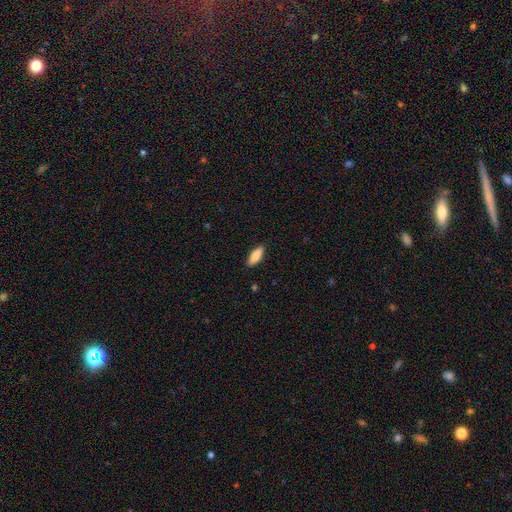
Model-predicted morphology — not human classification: Q: Smooth or featured?
A: smooth (77%); runner-up: featured or disk (17%)
Q: How rounded?
A: in between (67%); runner-up: cigar-shaped (31%)
Q: Merging?
A: none (89%); runner-up: minor disturbance (9%)